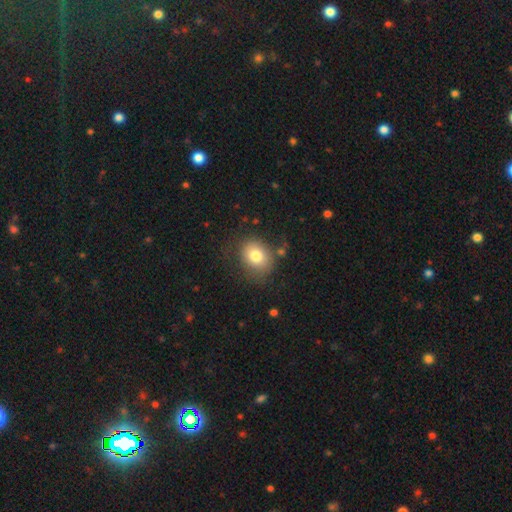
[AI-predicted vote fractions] Smooth or featured? smooth (77%)
How rounded? round (56%)
Merging? none (72%)